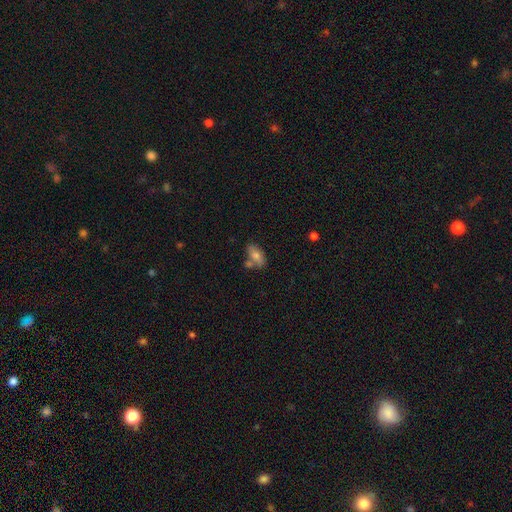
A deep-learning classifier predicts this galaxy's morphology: A smooth galaxy with no disk features (69%) that is in between round and cigar-shaped (86%).

Vote fractions:
- Smooth or featured? smooth: 69% / featured or disk: 22% / star or artifact: 9%
- How rounded? in between: 86% / cigar-shaped: 8% / round: 6%
- Merging? none: 55% / merger: 22% / minor disturbance: 17% / major disturbance: 5%